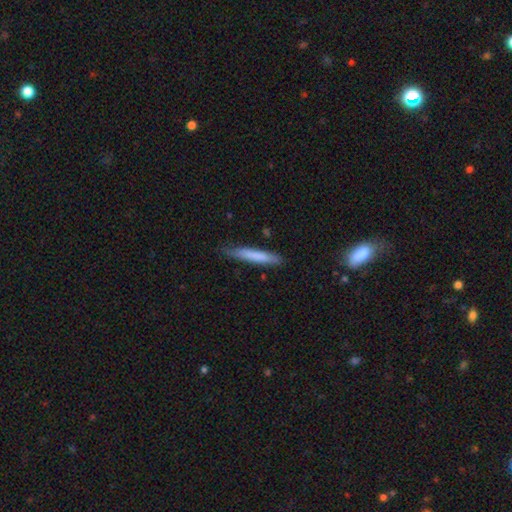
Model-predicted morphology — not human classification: This appears to be a smooth galaxy with no disk features (74%) that is cigar-shaped (94%). Merging: none (78%).